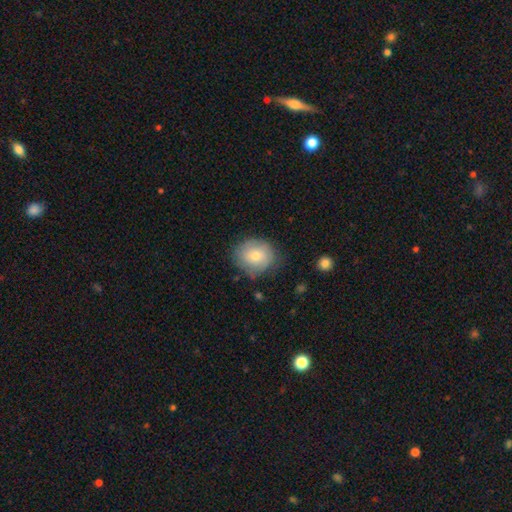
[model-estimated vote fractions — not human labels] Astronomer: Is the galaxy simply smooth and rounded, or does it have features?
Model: smooth — 71%.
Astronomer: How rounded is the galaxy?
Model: round — 73%.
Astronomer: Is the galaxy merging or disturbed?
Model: none — 73%.